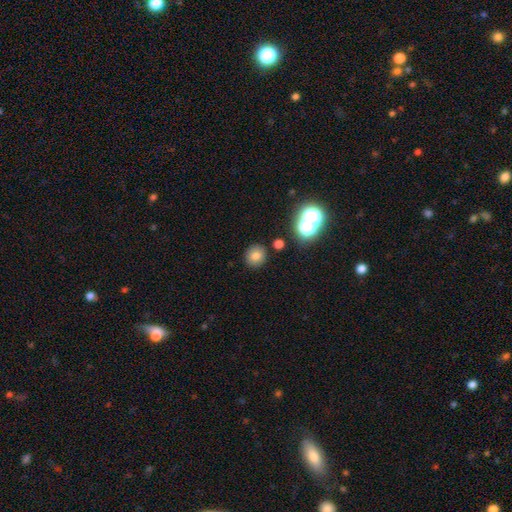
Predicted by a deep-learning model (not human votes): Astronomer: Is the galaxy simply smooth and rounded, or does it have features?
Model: smooth — 74%.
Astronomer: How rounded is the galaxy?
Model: round — 85%.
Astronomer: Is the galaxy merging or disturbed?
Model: none — 86%.